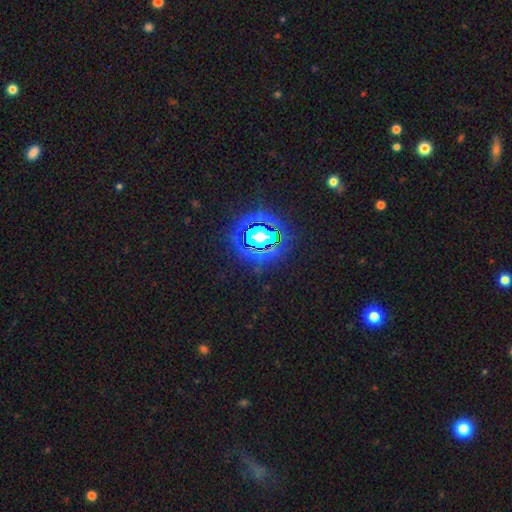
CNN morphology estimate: Q: Smooth or featured?
A: star or artifact (83%); runner-up: smooth (11%)